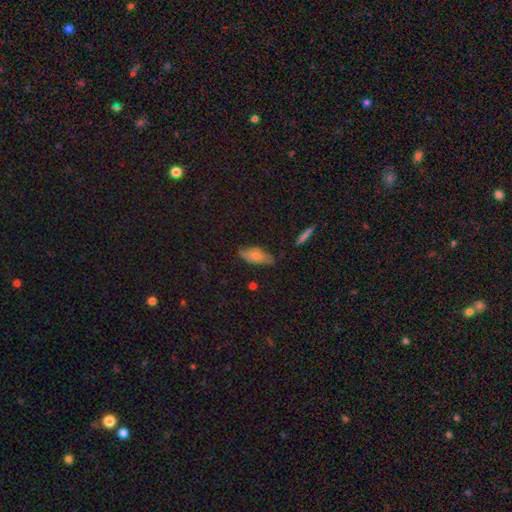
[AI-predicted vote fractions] smooth-or-featured: smooth: 60% | featured or disk: 29% | star or artifact: 11%
  how-rounded: in between: 75% | cigar-shaped: 22% | round: 3%
  merging: none: 73% | minor disturbance: 21% | major disturbance: 4% | merger: 2%